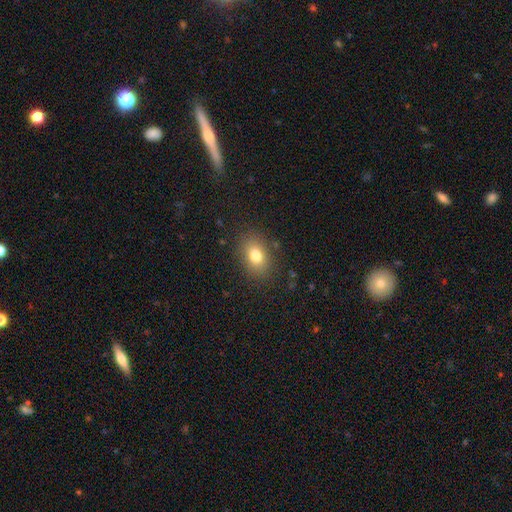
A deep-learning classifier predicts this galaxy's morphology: This appears to be a smooth galaxy with no disk features (79%) that is in between round and cigar-shaped (75%). Merging: none (84%).